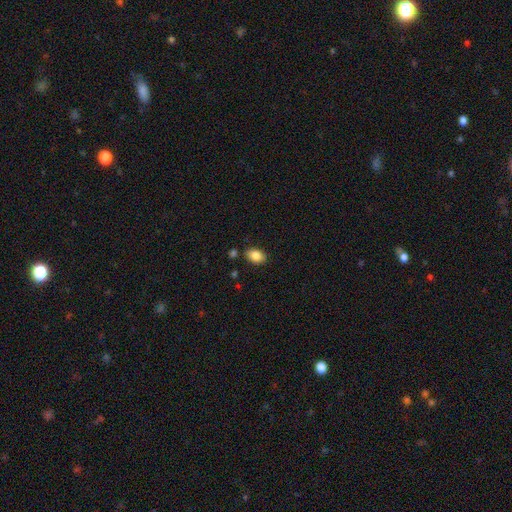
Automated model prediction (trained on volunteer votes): Smooth or featured: smooth — 85% (star or artifact — 8%)
How rounded: in between — 85% (round — 14%)
Merging: none — 83% (minor disturbance — 11%)